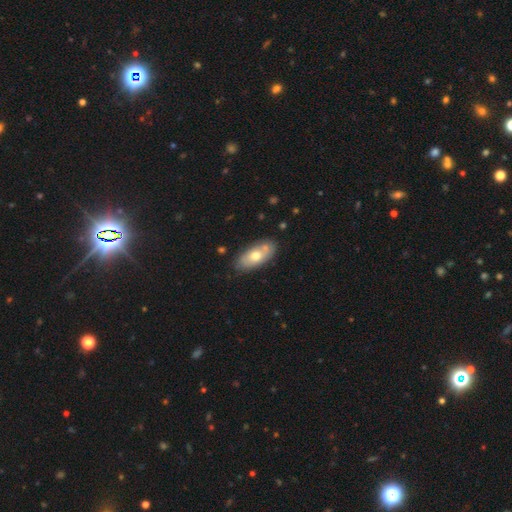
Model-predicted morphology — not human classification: A smooth galaxy with no disk features (59%) that is in between round and cigar-shaped (89%). Merging: none (74%).